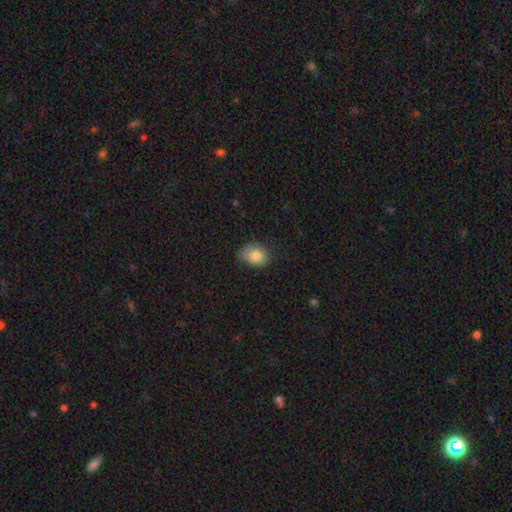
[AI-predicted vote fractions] smooth_or_featured: smooth (p=0.82) [alt: star or artifact p=0.09]
how_rounded: in between (p=0.52) [alt: round p=0.47]
merging: none (p=0.66) [alt: minor disturbance p=0.27]